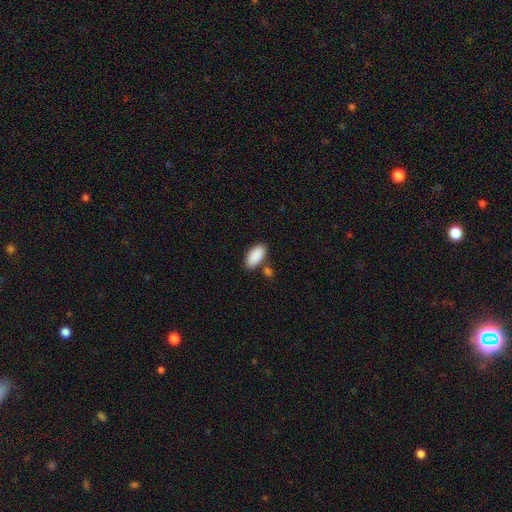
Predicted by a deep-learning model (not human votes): A smooth galaxy with no disk features (90%) that is in between round and cigar-shaped (94%).

Vote fractions:
- Smooth or featured? smooth: 90% / star or artifact: 6% / featured or disk: 4%
- How rounded? in between: 94% / cigar-shaped: 4% / round: 2%
- Merging? none: 74% / minor disturbance: 12% / merger: 10% / major disturbance: 3%